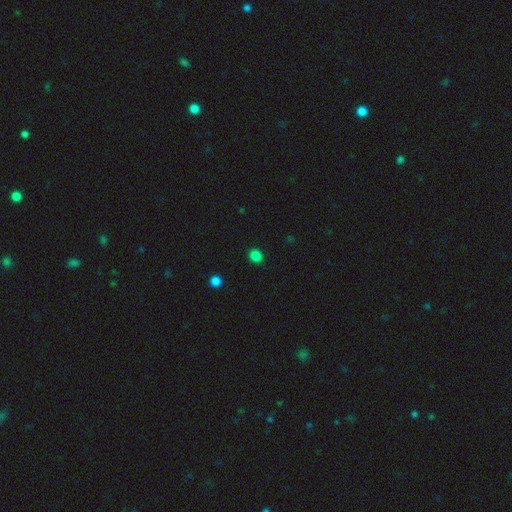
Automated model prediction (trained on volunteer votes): This appears to be a smooth galaxy with no disk features (84%) that is round (70%). Merging: none (91%).